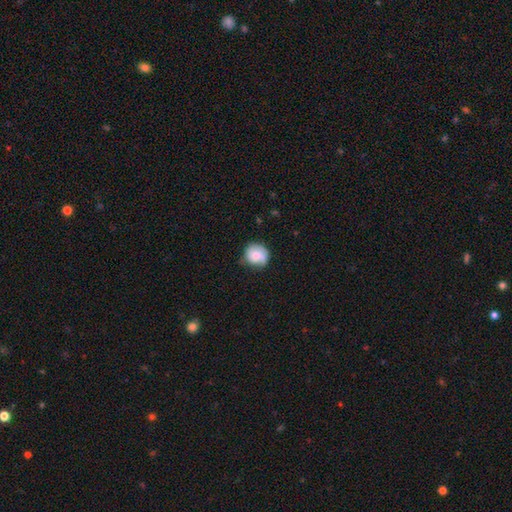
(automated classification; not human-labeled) This appears to be a smooth galaxy with no disk features (76%) that is round (85%). Merging: none (64%).